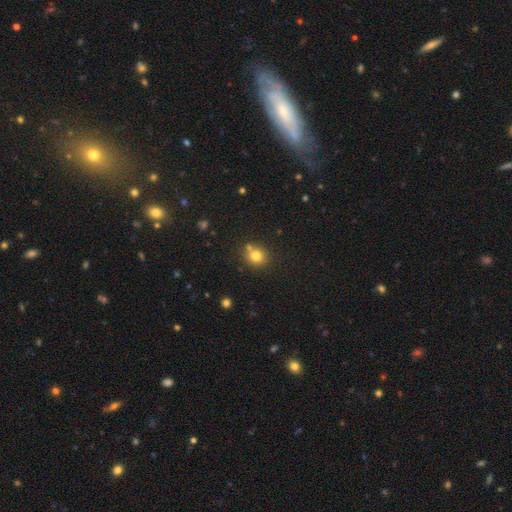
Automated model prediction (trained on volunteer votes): smooth 79%, star or artifact 13%, featured or disk 8%. Down the decision tree: how rounded — round (85%); merging — none (68%).